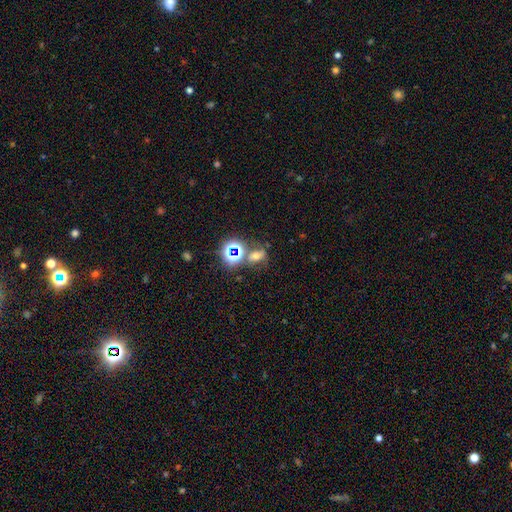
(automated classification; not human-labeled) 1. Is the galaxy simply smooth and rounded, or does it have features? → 41% smooth, 40% star or artifact, 19% featured or disk.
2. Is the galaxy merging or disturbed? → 58% none, 20% merger, 14% minor disturbance, 8% major disturbance.